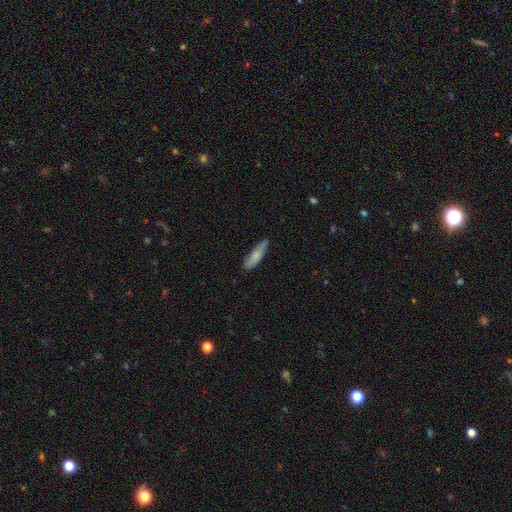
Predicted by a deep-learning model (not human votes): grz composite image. It shows a smooth galaxy with no disk features (79%) that is cigar-shaped (67%). Merging: none (78%).